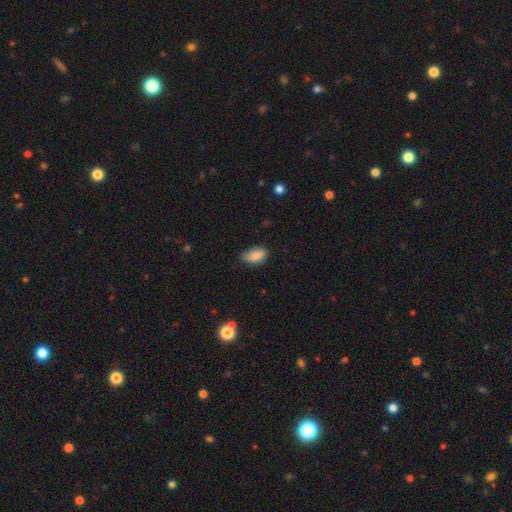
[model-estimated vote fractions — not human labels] smooth-or-featured: smooth: 85% | star or artifact: 8% | featured or disk: 8%
  how-rounded: in between: 91% | round: 6% | cigar-shaped: 2%
  merging: none: 64% | minor disturbance: 31% | major disturbance: 4% | merger: 1%